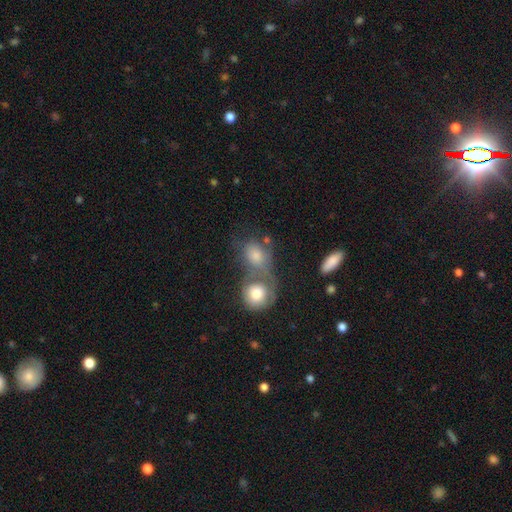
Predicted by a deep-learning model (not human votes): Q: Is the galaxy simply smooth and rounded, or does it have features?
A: smooth — 73%.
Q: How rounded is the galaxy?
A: round — 51%.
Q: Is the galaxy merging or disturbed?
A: merger — 60%.